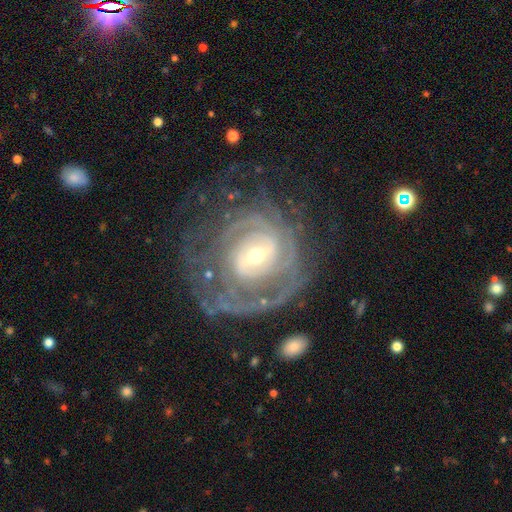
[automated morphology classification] A featured or disk galaxy (87%) with a weak bar (48%), tight (71%) spiral arms (93%) and a small central bulge (55%). Merging: none (61%).